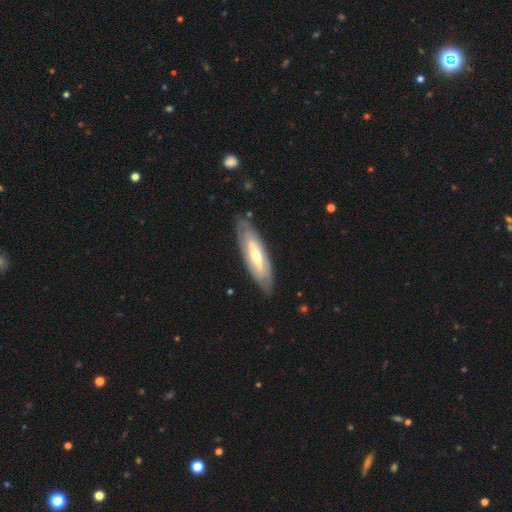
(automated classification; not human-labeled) Smooth or featured? featured or disk (67%)
Edge-on disk? no (69%)
Merging? none (83%)